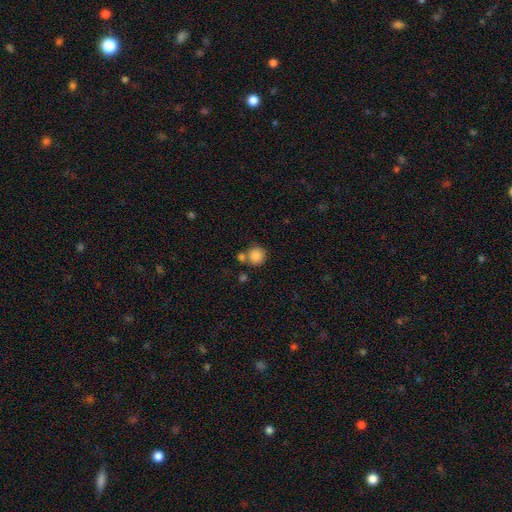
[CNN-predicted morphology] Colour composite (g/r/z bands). It shows a smooth galaxy with no disk features (86%) that is round (92%). Merging: none (63%).